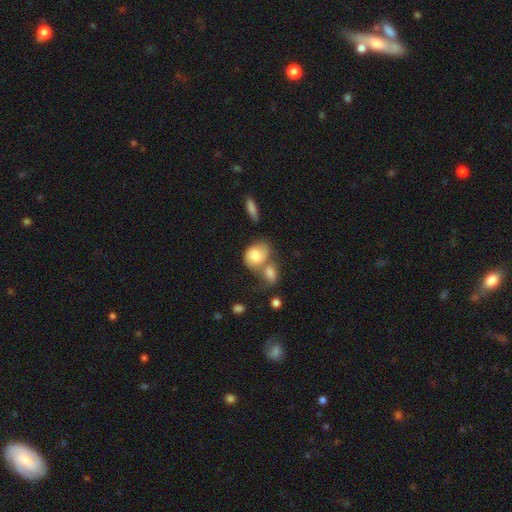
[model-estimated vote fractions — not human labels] A smooth galaxy with no disk features (63%) that is in between round and cigar-shaped (57%). Merging: merger (50%).